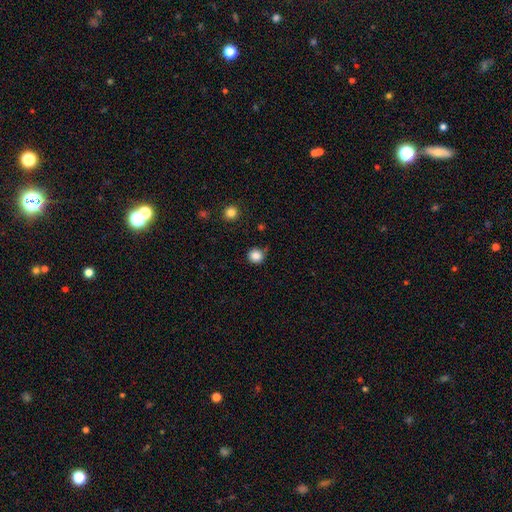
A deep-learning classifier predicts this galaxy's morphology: Overall: smooth (85%). How rounded: round (94%). Merging: none (84%).